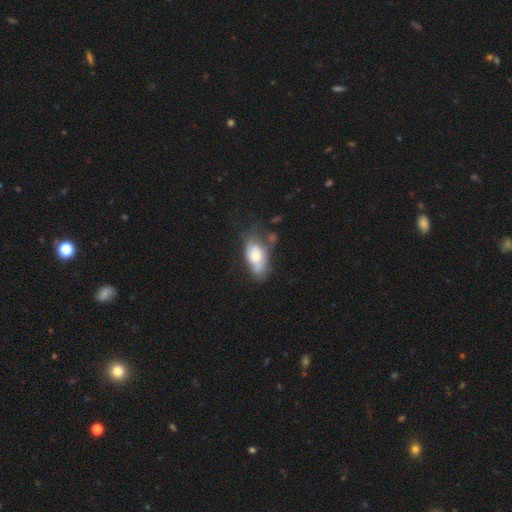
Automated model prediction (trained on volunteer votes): A smooth galaxy with no disk features (52%) that is in between round and cigar-shaped (89%).

Vote fractions:
- Smooth or featured? smooth: 52% / featured or disk: 41% / star or artifact: 7%
- How rounded? in between: 89% / round: 6% / cigar-shaped: 5%
- Merging? none: 34% / minor disturbance: 31% / major disturbance: 23% / merger: 12%